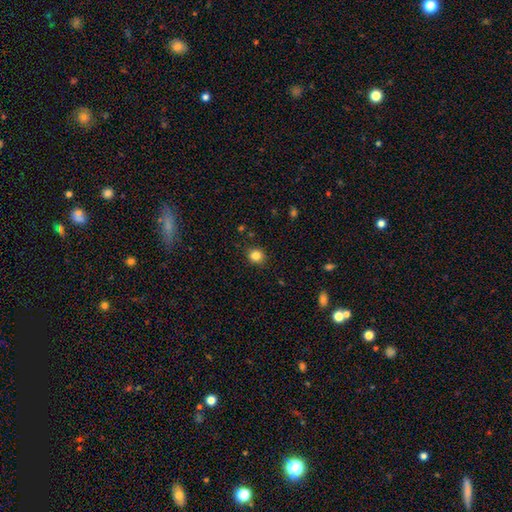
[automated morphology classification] This appears to be a smooth galaxy with no disk features (84%) that is round (84%). Merging: none (89%).